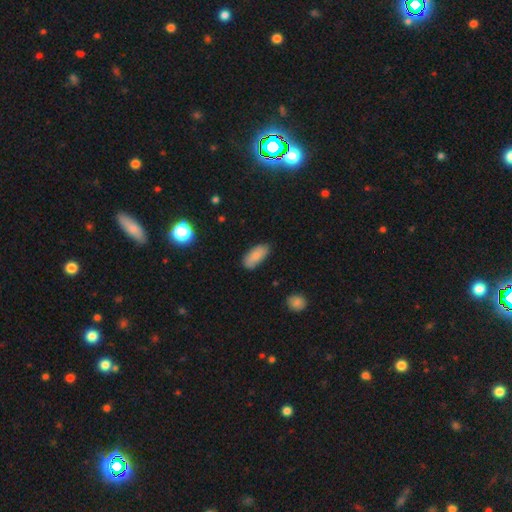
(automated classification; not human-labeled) Q: Smooth or featured?
A: smooth (80%); runner-up: featured or disk (13%)
Q: How rounded?
A: in between (89%); runner-up: cigar-shaped (9%)
Q: Merging?
A: none (77%); runner-up: minor disturbance (18%)